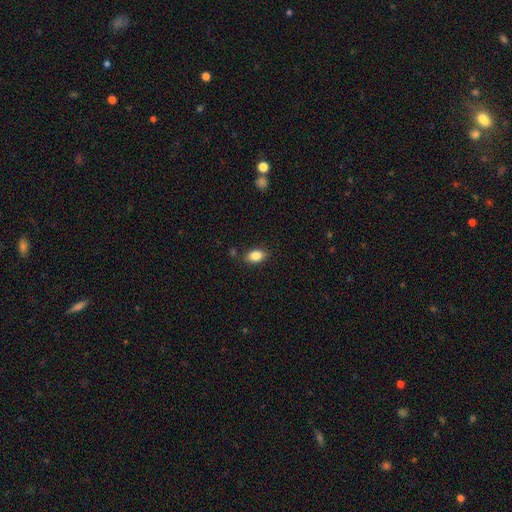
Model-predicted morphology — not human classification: Smooth or featured? smooth (86%)
How rounded? in between (87%)
Merging? none (83%)